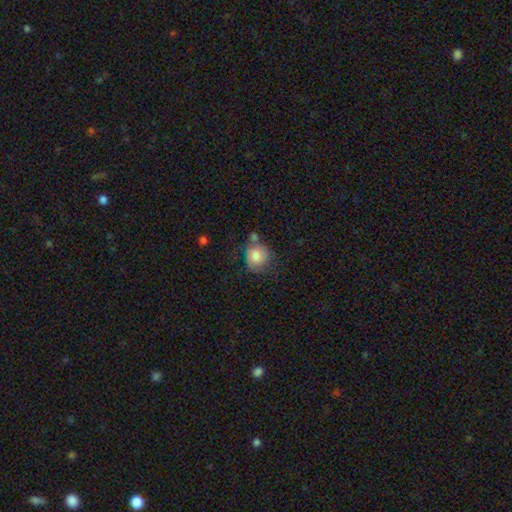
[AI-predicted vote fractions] A smooth galaxy with no disk features (80%) that is round (79%).

Vote fractions:
- Smooth or featured? smooth: 80% / featured or disk: 13% / star or artifact: 8%
- How rounded? round: 79% / in between: 20% / cigar-shaped: 1%
- Merging? none: 48% / minor disturbance: 25% / merger: 16% / major disturbance: 11%